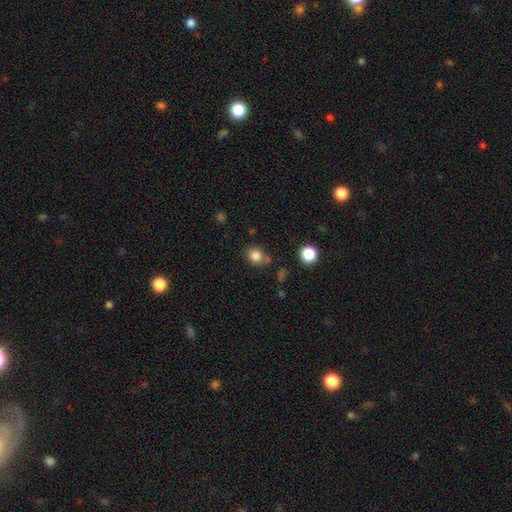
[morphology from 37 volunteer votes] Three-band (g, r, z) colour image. It shows a smooth galaxy with no disk features (92%) that is round (79%). Merging: none (74%).